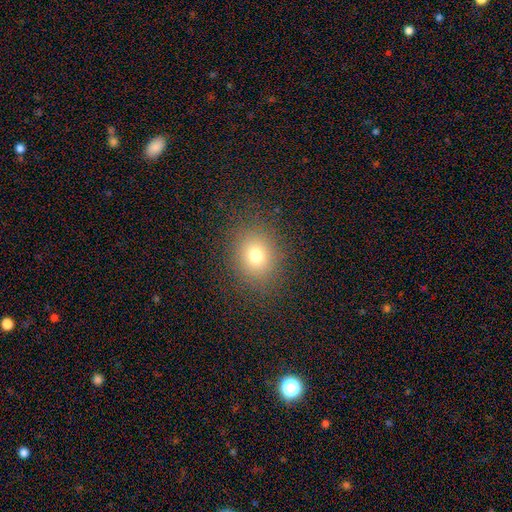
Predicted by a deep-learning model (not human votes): The model was most divided on "how rounded": round: 72%, in between: 27%, cigar-shaped: 1%. More confident: merging — none (86%); smooth or featured — smooth (73%).